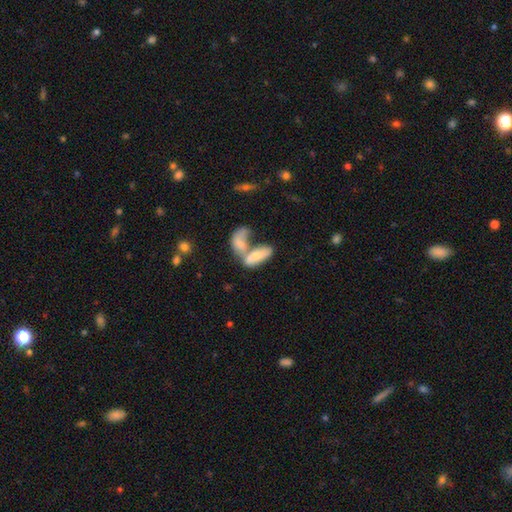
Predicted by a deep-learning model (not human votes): Q: Smooth or featured?
A: smooth (65%); runner-up: featured or disk (27%)
Q: How rounded?
A: in between (84%); runner-up: cigar-shaped (13%)
Q: Merging?
A: merger (73%); runner-up: none (12%)